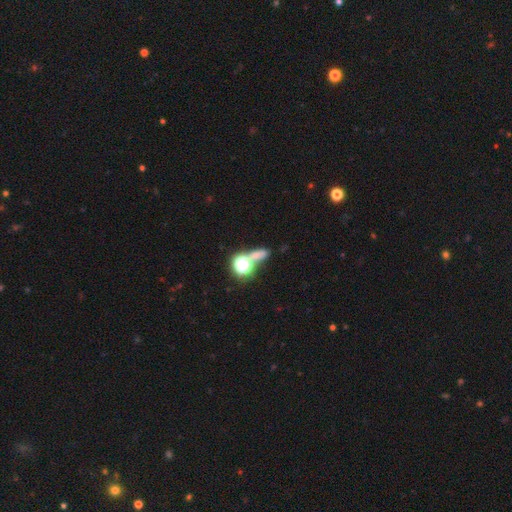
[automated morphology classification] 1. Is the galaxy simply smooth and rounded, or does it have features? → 50% smooth, 38% star or artifact, 12% featured or disk.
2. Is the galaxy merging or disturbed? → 51% none, 31% merger, 11% minor disturbance, 8% major disturbance.